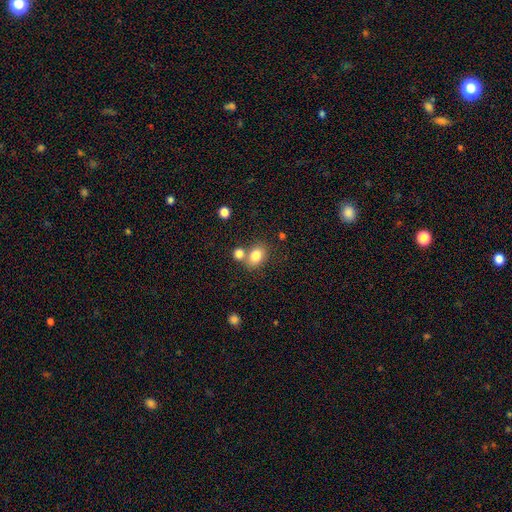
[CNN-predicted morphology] Smooth or featured? smooth (82%)
How rounded? in between (63%)
Merging? none (56%)